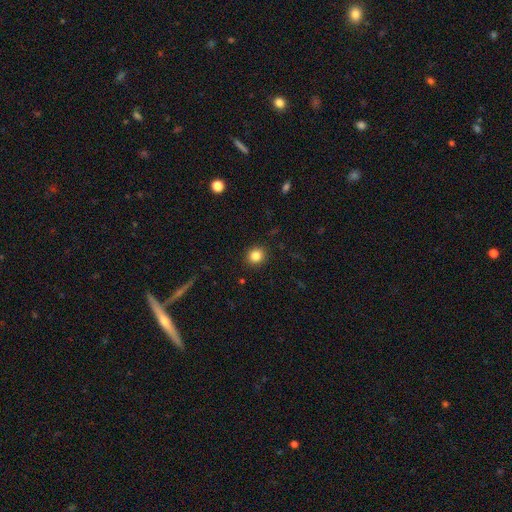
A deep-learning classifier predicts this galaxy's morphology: This is clearly a smooth galaxy (84%). How rounded: clearly round (85%). Merging: clearly none (91%).